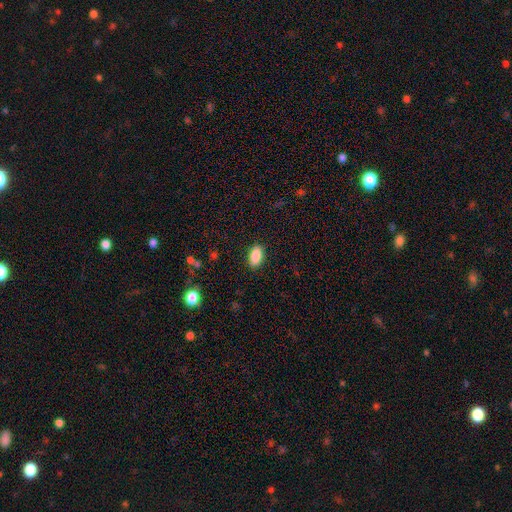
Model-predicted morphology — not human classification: Smooth or featured? smooth (88%)
How rounded? in between (92%)
Merging? none (88%)